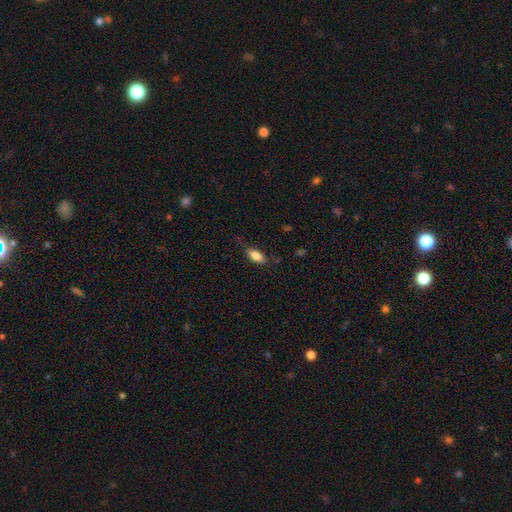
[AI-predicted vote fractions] Overall: smooth (84%). How rounded: in between (86%). Merging: none (75%).